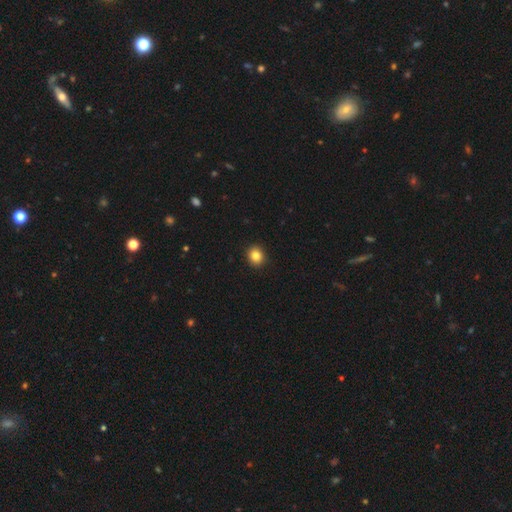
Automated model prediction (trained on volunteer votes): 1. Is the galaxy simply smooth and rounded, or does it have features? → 85% smooth, 10% star or artifact, 5% featured or disk.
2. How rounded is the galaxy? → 76% round, 23% in between, 1% cigar-shaped.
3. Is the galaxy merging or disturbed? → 92% none, 5% minor disturbance, 2% major disturbance, 1% merger.